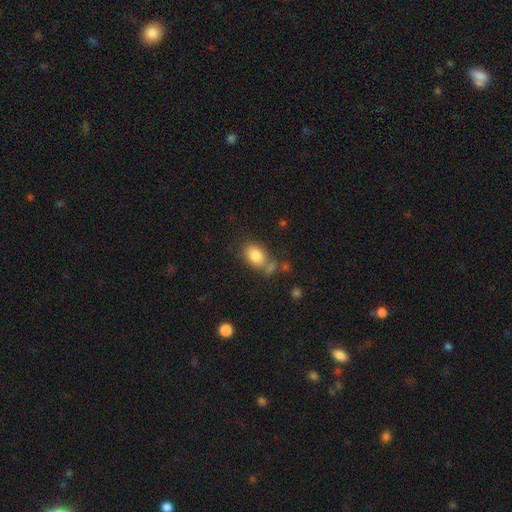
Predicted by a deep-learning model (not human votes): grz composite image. It shows a smooth galaxy with no disk features (83%) that is in between round and cigar-shaped (83%). Merging: none (59%).